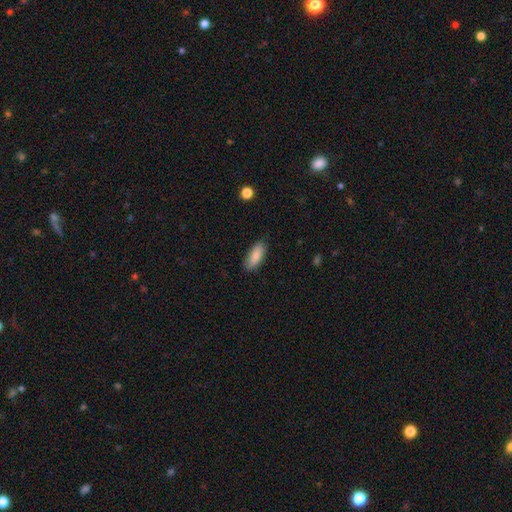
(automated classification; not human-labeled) A smooth galaxy with no disk features (83%) that is in between round and cigar-shaped (81%).

Vote fractions:
- Smooth or featured? smooth: 83% / featured or disk: 11% / star or artifact: 6%
- How rounded? in between: 81% / cigar-shaped: 17% / round: 2%
- Merging? none: 81% / minor disturbance: 15% / major disturbance: 2% / merger: 1%